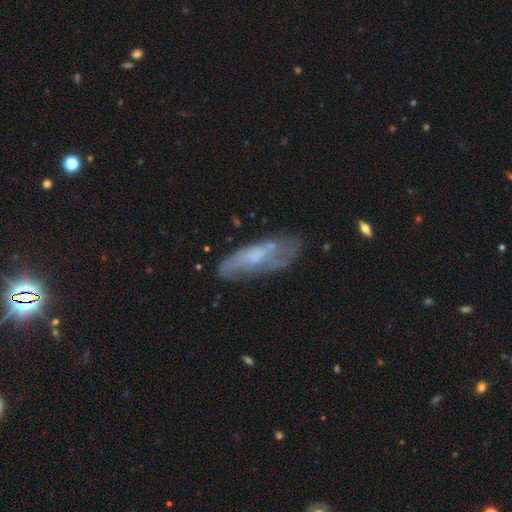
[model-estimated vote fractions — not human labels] featured or disk 51%, smooth 41%, star or artifact 8%. Down the decision tree: edge-on disk — no (78%); merging — none (52%).